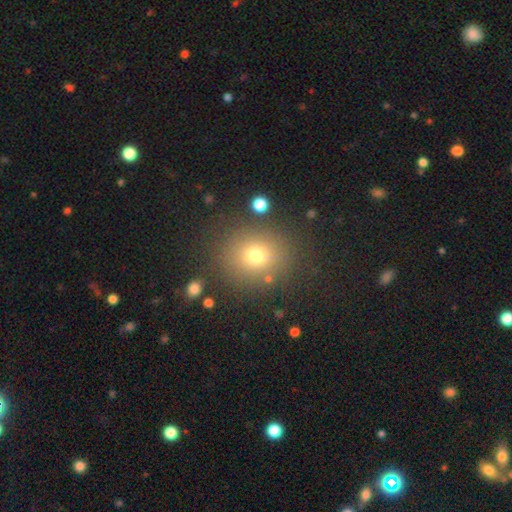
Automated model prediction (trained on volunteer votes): A smooth galaxy with no disk features (72%) that is round (80%). Merging: none (83%).